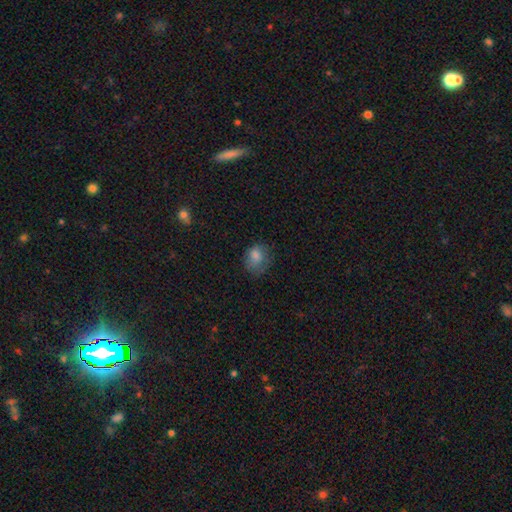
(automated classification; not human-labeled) smooth 77%, star or artifact 11%, featured or disk 11%. Down the decision tree: how rounded — round (51%); merging — none (57%).